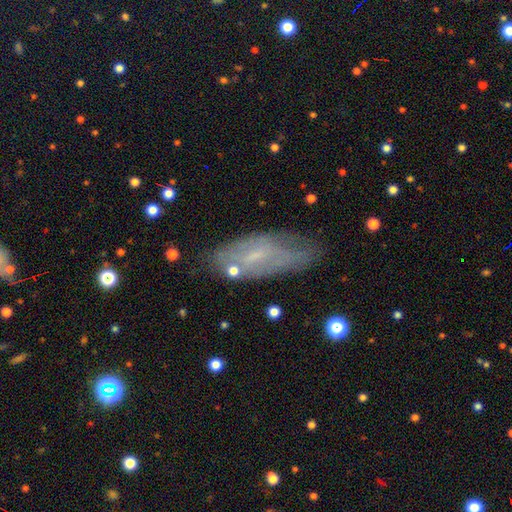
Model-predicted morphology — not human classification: This is possibly a featured or disk galaxy (52%). It is likely not viewed edge-on (79%). Merging: likely none (62%).